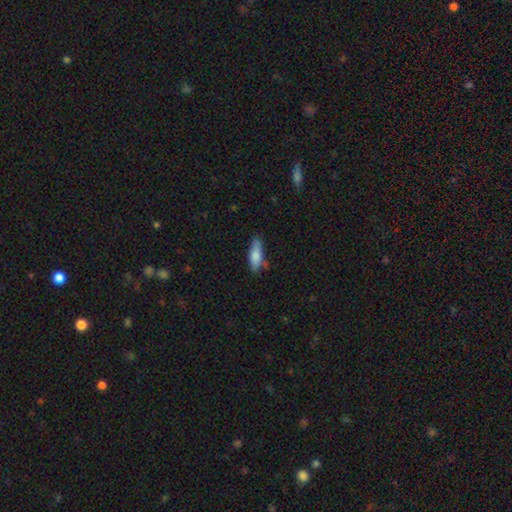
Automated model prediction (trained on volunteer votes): Smooth or featured: smooth — 81% (featured or disk — 12%)
How rounded: in between — 56% (cigar-shaped — 42%)
Merging: none — 69% (minor disturbance — 22%)